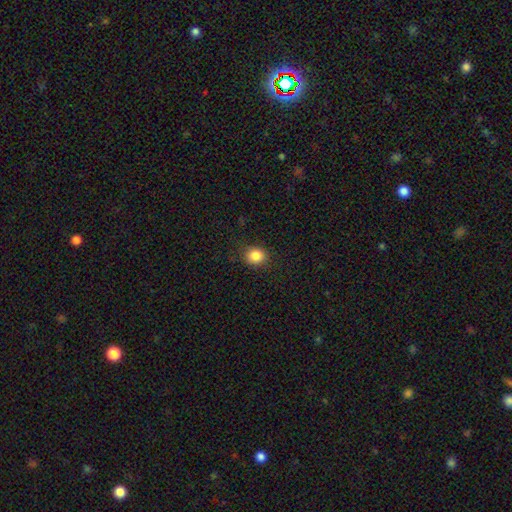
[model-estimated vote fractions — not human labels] Overall: smooth (86%). How rounded: round (77%). Merging: none (88%).